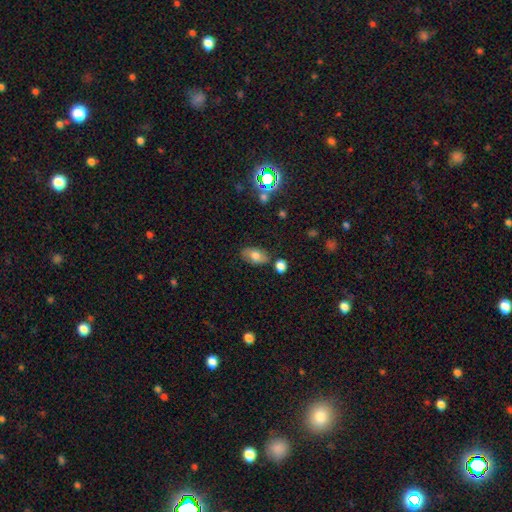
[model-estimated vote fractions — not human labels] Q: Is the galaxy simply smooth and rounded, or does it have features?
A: smooth — 69%.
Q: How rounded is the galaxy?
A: in between — 90%.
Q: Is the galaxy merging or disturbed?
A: none — 74%.